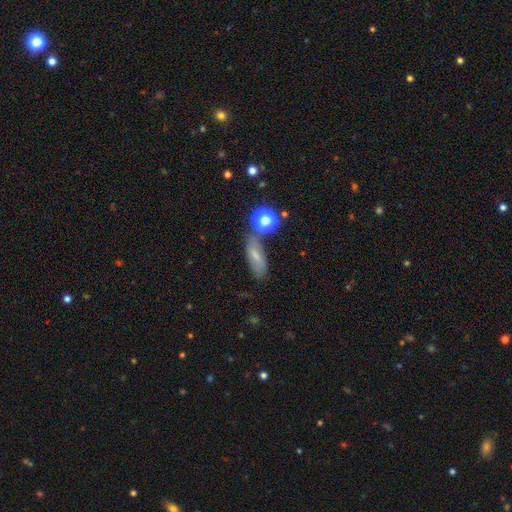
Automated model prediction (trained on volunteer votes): smooth_or_featured: smooth (p=0.61) [alt: featured or disk p=0.24]
how_rounded: in between (p=0.63) [alt: cigar-shaped p=0.27]
merging: none (p=0.62) [alt: minor disturbance p=0.19]